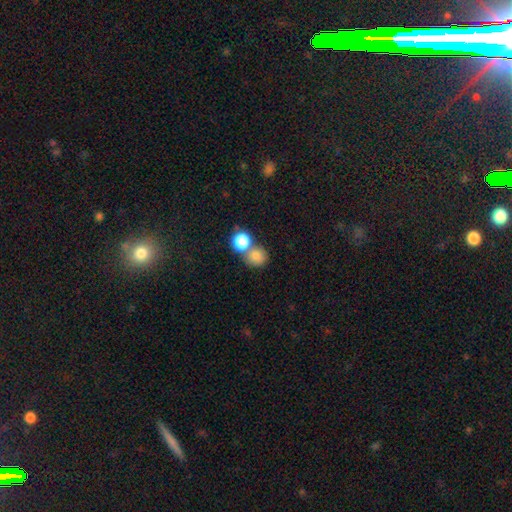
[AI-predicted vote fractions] Smooth or featured? smooth (80%)
How rounded? round (81%)
Merging? none (48%)